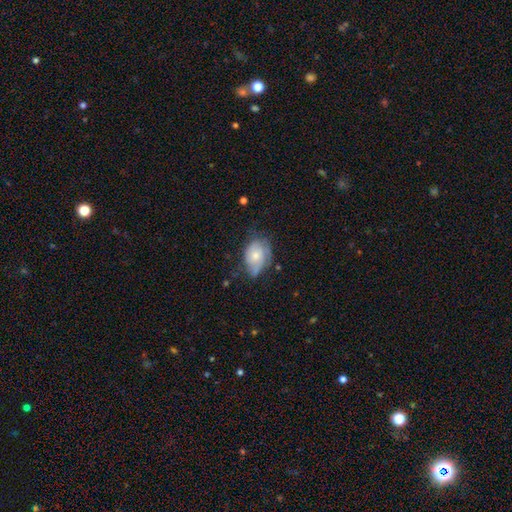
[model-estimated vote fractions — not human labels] This appears to be a smooth galaxy with no disk features (57%) that is in between round and cigar-shaped (79%). Merging: none (43%).